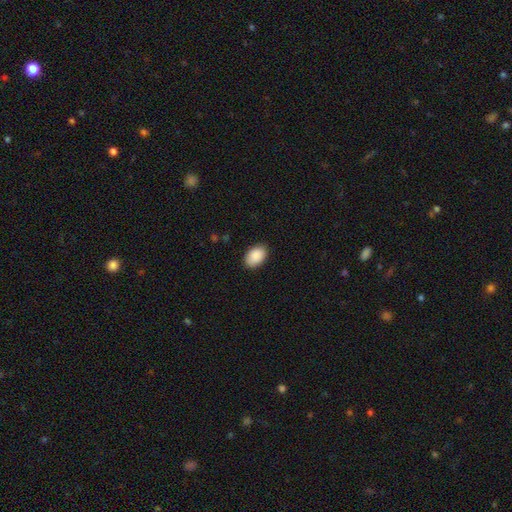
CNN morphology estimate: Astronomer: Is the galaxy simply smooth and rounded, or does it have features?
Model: smooth — 90%.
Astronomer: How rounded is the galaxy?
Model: in between — 90%.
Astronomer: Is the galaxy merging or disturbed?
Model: none — 87%.